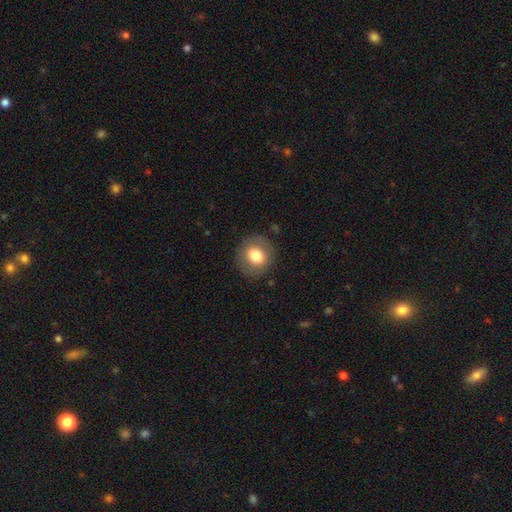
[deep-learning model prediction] Morphology: type=smooth (75%); roundness=round (80%); merging=none (87%).